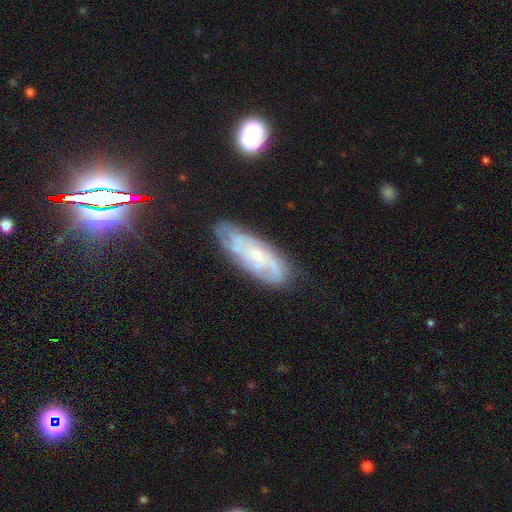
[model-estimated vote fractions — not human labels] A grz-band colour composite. It shows a featured or disk galaxy (72%) with no bar (69%), tight (55%) spiral arms (90%) and a small central bulge (75%). Merging: none (75%).